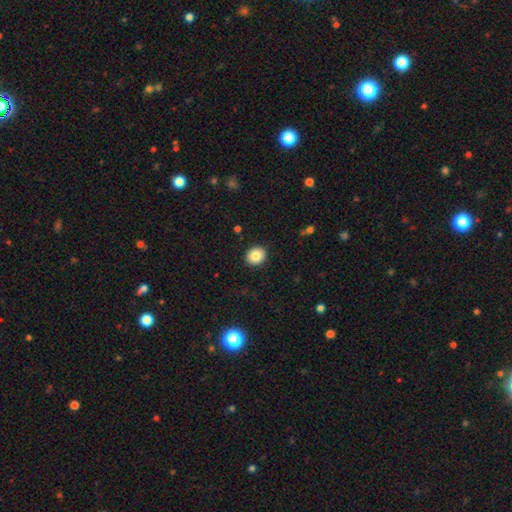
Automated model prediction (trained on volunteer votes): smooth_or_featured: smooth (p=0.84) [alt: star or artifact p=0.09]
how_rounded: round (p=0.79) [alt: in between p=0.20]
merging: none (p=0.91) [alt: minor disturbance p=0.06]